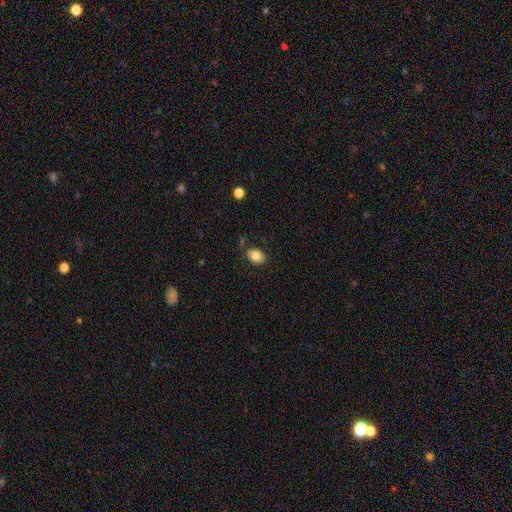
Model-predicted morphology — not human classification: Smooth or featured? smooth (82%)
How rounded? in between (78%)
Merging? none (79%)